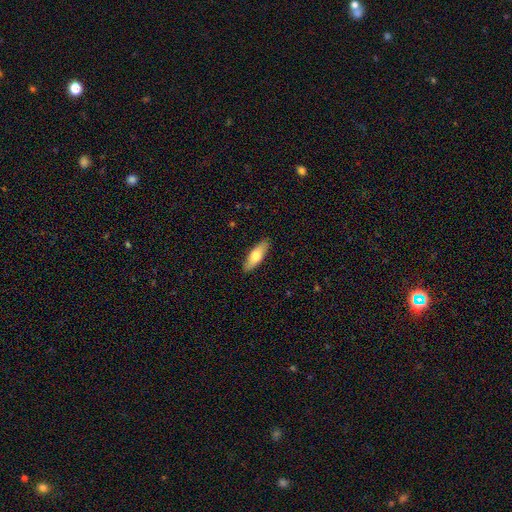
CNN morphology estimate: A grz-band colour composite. It shows a smooth galaxy with no disk features (68%) that is in between round and cigar-shaped (57%). Merging: none (89%).